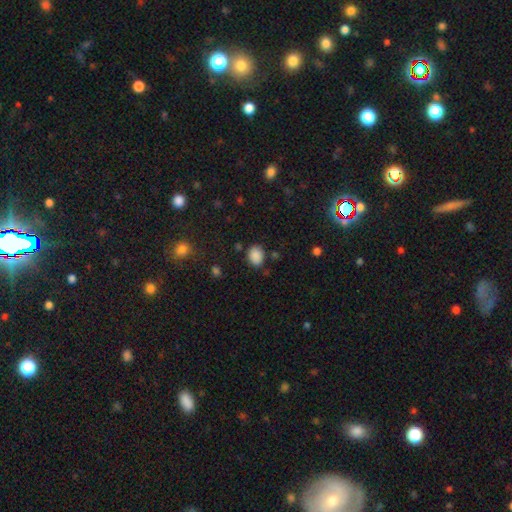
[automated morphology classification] smooth-or-featured: smooth: 87% | star or artifact: 10% | featured or disk: 4%
  how-rounded: in between: 55% | round: 44% | cigar-shaped: 1%
  merging: none: 81% | minor disturbance: 13% | major disturbance: 4% | merger: 3%